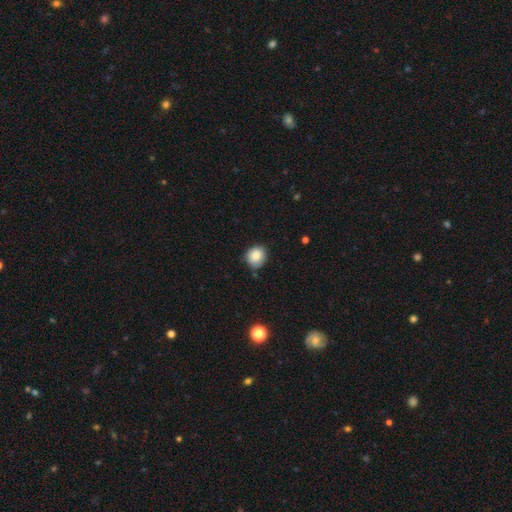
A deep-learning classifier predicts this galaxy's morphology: smooth_or_featured: smooth (p=0.84) [alt: star or artifact p=0.09]
how_rounded: round (p=0.78) [alt: in between p=0.21]
merging: none (p=0.75) [alt: minor disturbance p=0.19]